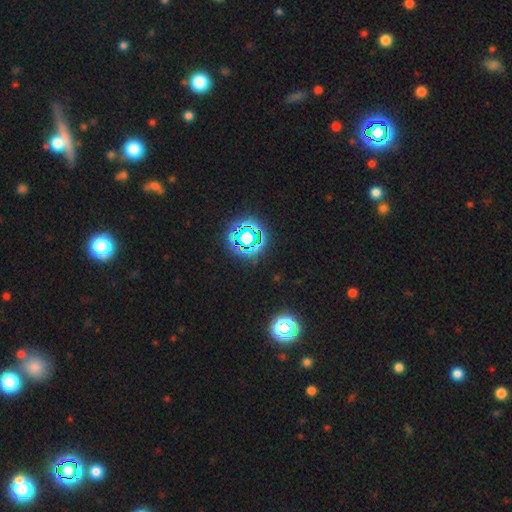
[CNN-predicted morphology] smooth-or-featured: star or artifact: 76% | smooth: 16% | featured or disk: 7%